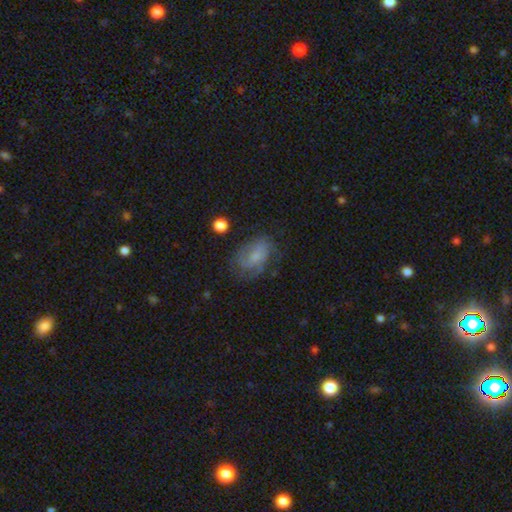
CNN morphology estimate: This appears to be a smooth galaxy with no disk features (46%). Merging: none (54%).